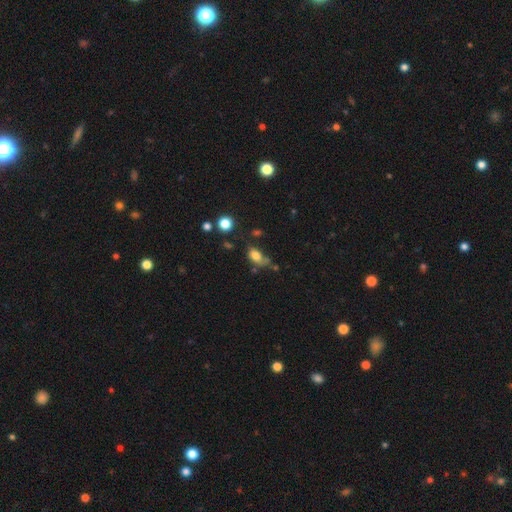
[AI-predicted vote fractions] Smooth or featured?
  - smooth: 76% *
  - featured or disk: 13%
  - star or artifact: 11%
How rounded?
  - in between: 81% *
  - round: 15%
  - cigar-shaped: 4%
Merging?
  - none: 40% *
  - minor disturbance: 30%
  - major disturbance: 17%
  - merger: 13%